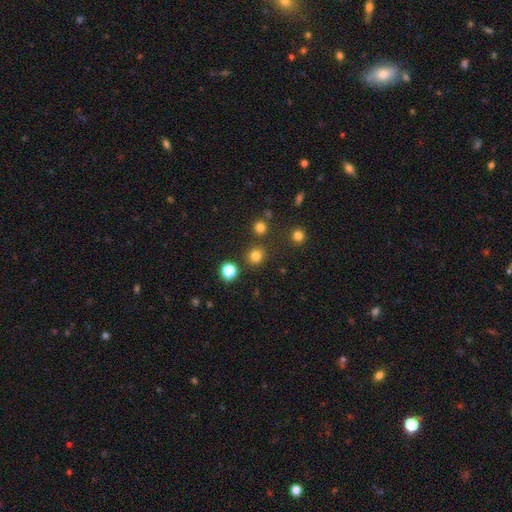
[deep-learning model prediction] A smooth galaxy with no disk features (79%) that is round (89%). Merging: none (85%).